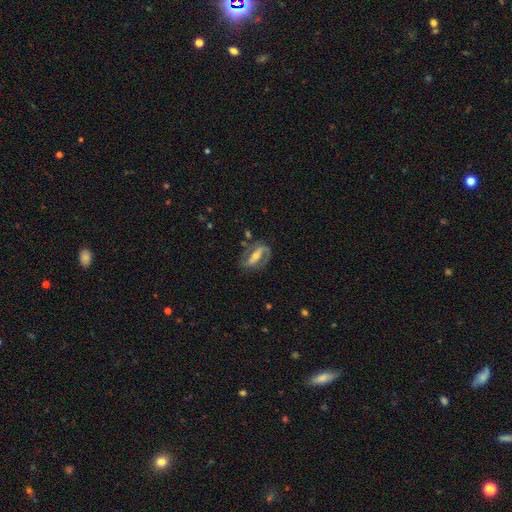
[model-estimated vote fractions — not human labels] A featured or disk galaxy (81%) with a strong bar (63%), 2 (83%) medium (44%) spiral arms (88%) and a moderate central bulge (47%).

Vote fractions:
- Smooth or featured? featured or disk: 81% / smooth: 12% / star or artifact: 6%
- Edge-on disk? no: 91% / yes: 9%
- Bar? strong: 63% / weak: 24% / no: 13%
- Spiral arms? yes: 88% / no: 12%
- Spiral winding? medium: 44% / tight: 29% / loose: 27%
- Spiral arm count? 2: 83% / 1: 8% / can't tell: 6% / 3: 1% / 4: 1% / more than 4: 1%
- Bulge size? moderate: 47% / small: 44% / large: 4% / none: 3% / dominant: 1%
- Merging? none: 72% / minor disturbance: 16% / major disturbance: 9% / merger: 3%